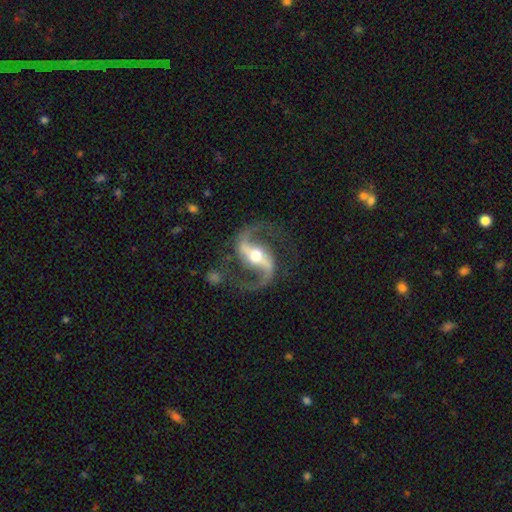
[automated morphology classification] Smooth or featured: featured or disk — 93% (star or artifact — 4%)
Edge-on disk: no — 97% (yes — 3%)
Bar: strong — 63% (weak — 25%)
Spiral arms: yes — 98% (no — 2%)
Spiral winding: medium — 50% (loose — 42%)
Spiral arm count: 2 — 94% (1 — 2%)
Bulge size: moderate — 70% (small — 15%)
Merging: none — 80% (minor disturbance — 11%)